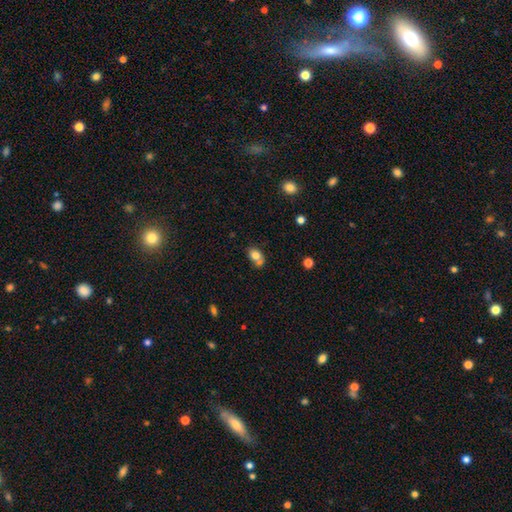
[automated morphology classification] The model was most divided on "merging": none: 41%, merger: 38%, minor disturbance: 15%, major disturbance: 5%. More confident: smooth or featured — smooth (76%); how rounded — in between (61%).